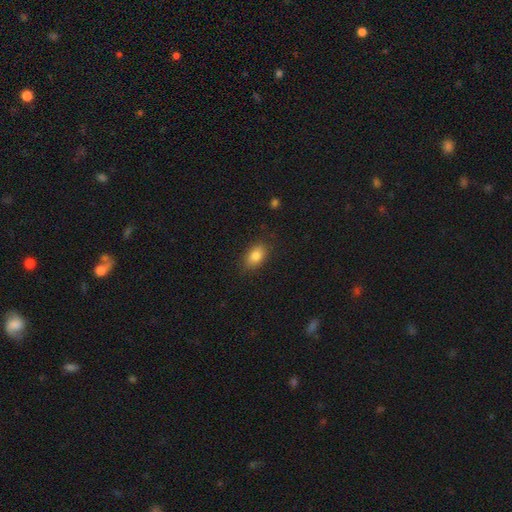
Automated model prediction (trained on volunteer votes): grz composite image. It shows a smooth galaxy with no disk features (84%) that is in between round and cigar-shaped (87%). Merging: none (85%).